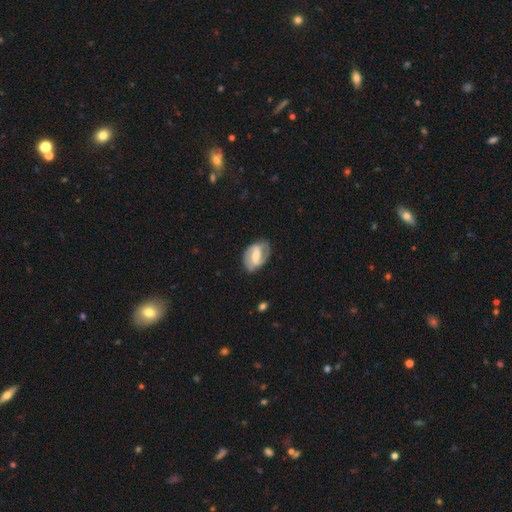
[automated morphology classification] This is likely a featured or disk galaxy (77%). It is clearly not viewed edge-on (96%). Bar: possibly strong (50%). Spiral arm pattern: clearly yes (86%). Spiral arm count: clearly 2 (86%). Spiral winding: possibly medium (45%). Central bulge: possibly moderate (54%). Merging: likely none (75%).